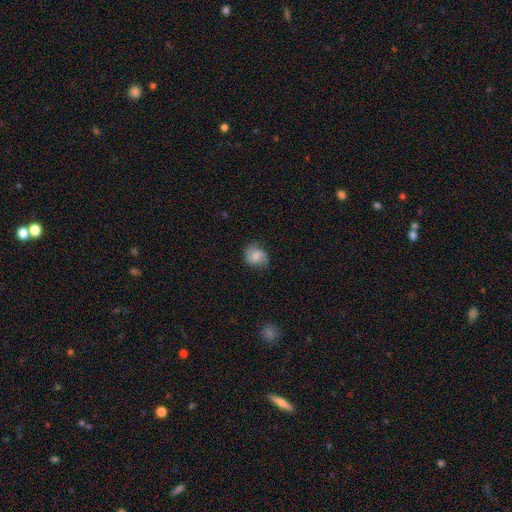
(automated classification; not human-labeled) Smooth or featured? Predicted: smooth (p=0.58). How rounded? Predicted: round (p=0.65). Merging? Predicted: none (p=0.69).